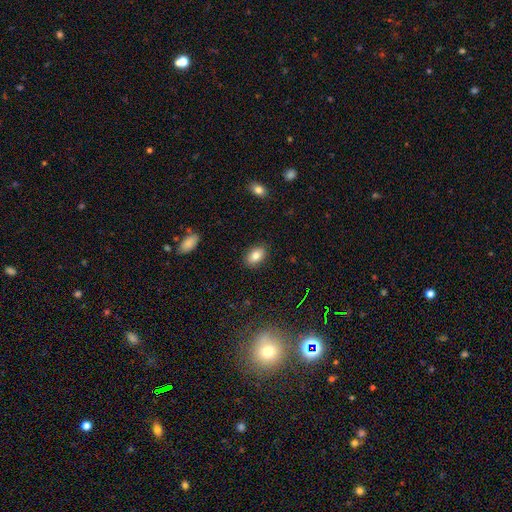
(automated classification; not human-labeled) smooth 82%, featured or disk 10%, star or artifact 9%. Down the decision tree: how rounded — in between (87%); merging — none (87%).